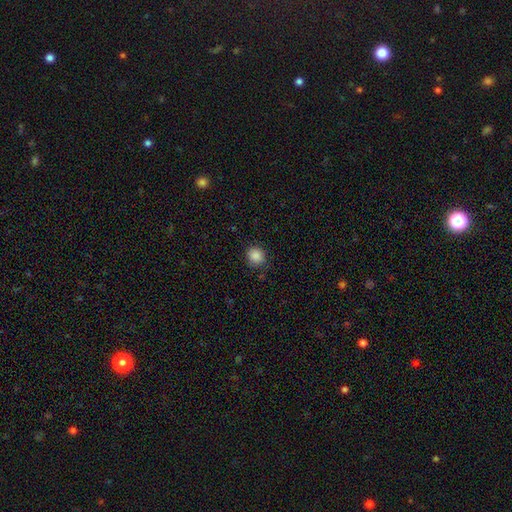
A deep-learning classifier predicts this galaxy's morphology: Overall: smooth (87%). How rounded: round (85%). Merging: none (81%).